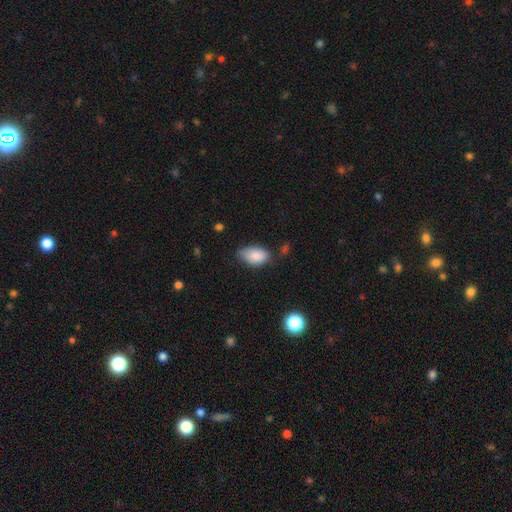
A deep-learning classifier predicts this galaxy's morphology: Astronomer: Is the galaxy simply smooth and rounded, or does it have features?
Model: smooth — 86%.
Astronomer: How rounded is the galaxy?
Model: in between — 92%.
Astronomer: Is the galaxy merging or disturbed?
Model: none — 55% (runner-up: minor disturbance, 35%).